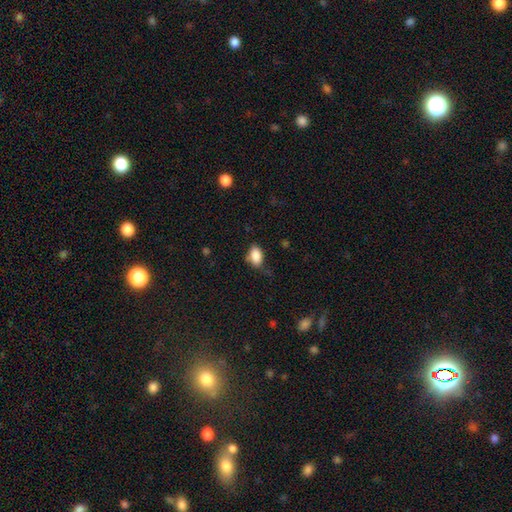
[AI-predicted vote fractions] This appears to be a smooth galaxy with no disk features (86%) that is in between round and cigar-shaped (88%). Merging: none (63%).